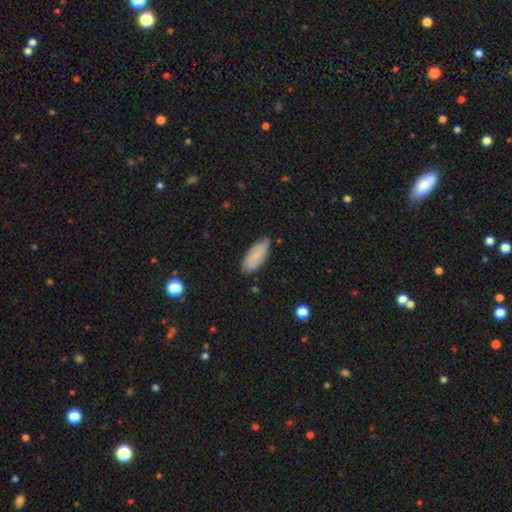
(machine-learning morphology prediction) Smooth or featured?
  - smooth: 71% *
  - featured or disk: 22%
  - star or artifact: 7%
How rounded?
  - in between: 85% *
  - cigar-shaped: 12%
  - round: 2%
Merging?
  - none: 70% *
  - minor disturbance: 24%
  - major disturbance: 4%
  - merger: 2%